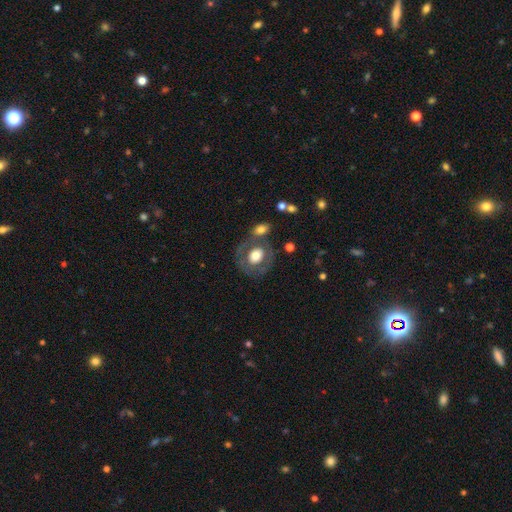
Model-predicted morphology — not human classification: Overall: smooth (55%; featured or disk 37%). How rounded: round (64%; in between 34%). Merging: none (63%).